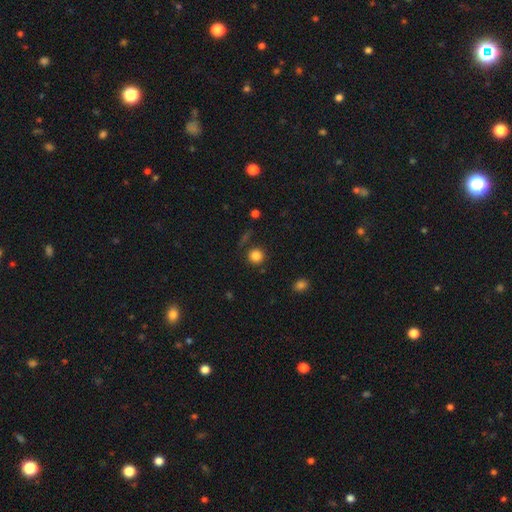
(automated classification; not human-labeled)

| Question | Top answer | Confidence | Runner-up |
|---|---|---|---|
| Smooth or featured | smooth | 83% | star or artifact (12%) |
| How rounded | round | 93% | in between (6%) |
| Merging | none | 85% | minor disturbance (8%) |